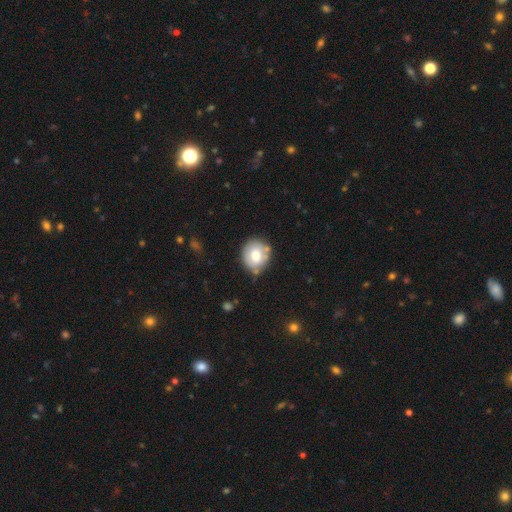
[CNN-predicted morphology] smooth_or_featured: smooth (p=0.70) [alt: featured or disk p=0.22]
how_rounded: round (p=0.78) [alt: in between p=0.21]
merging: none (p=0.71) [alt: minor disturbance p=0.18]